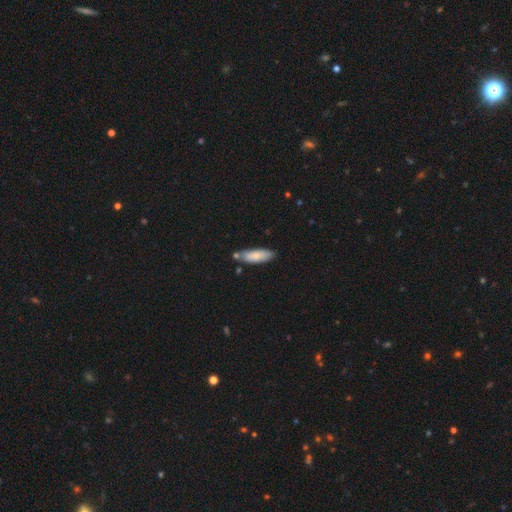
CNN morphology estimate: This is likely a smooth galaxy (79%). How rounded: possibly in between (55%). Merging: likely none (67%).